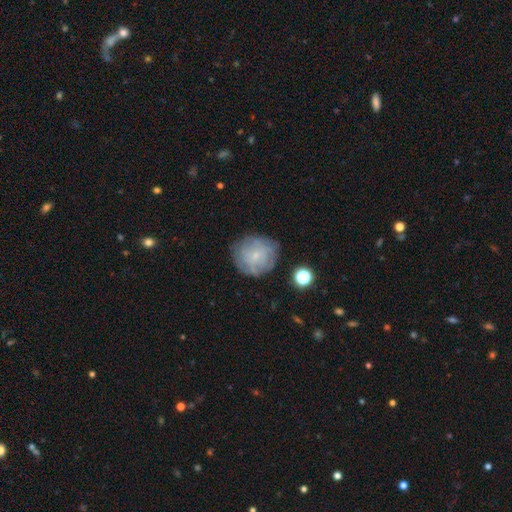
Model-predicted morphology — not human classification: Smooth or featured? featured or disk (47%)
Merging? none (74%)